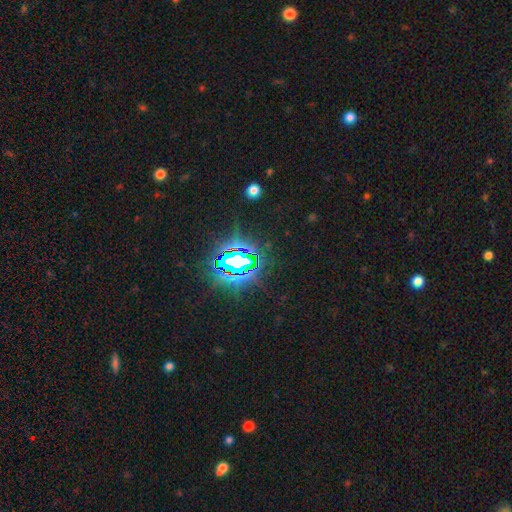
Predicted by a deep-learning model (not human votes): star or artifact 83%, smooth 10%, featured or disk 6%.